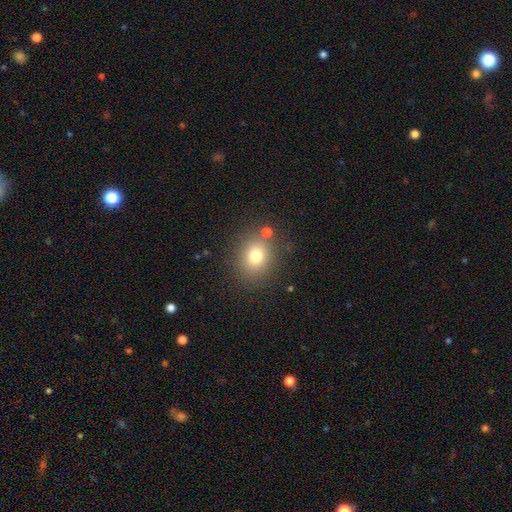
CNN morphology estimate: Overall: smooth (75%). How rounded: round (70%). Merging: none (80%).